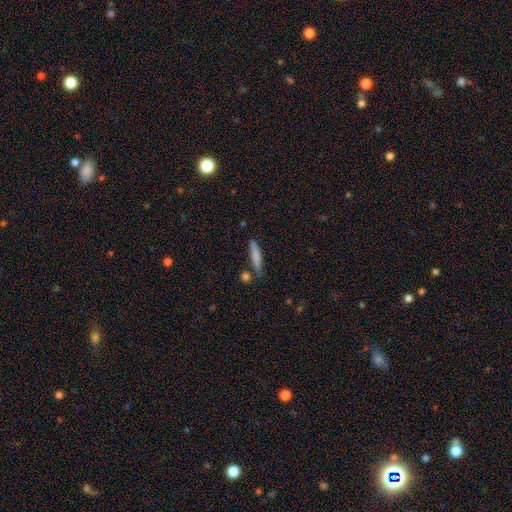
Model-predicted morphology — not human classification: This is likely a smooth galaxy (75%). How rounded: clearly cigar-shaped (87%). Merging: likely none (74%).